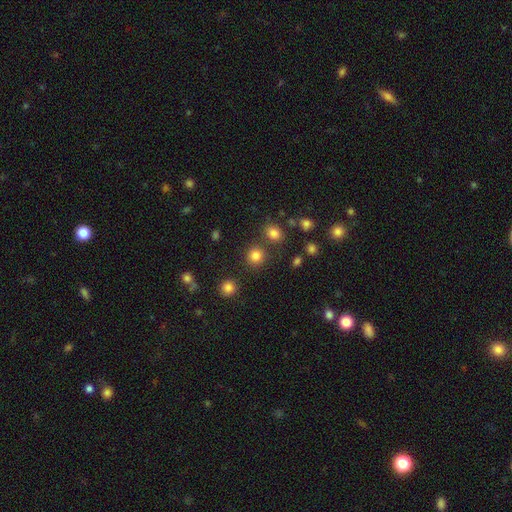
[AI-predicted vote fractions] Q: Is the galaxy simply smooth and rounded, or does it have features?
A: smooth — 82%.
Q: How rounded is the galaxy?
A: round — 90%.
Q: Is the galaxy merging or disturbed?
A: none — 81%.